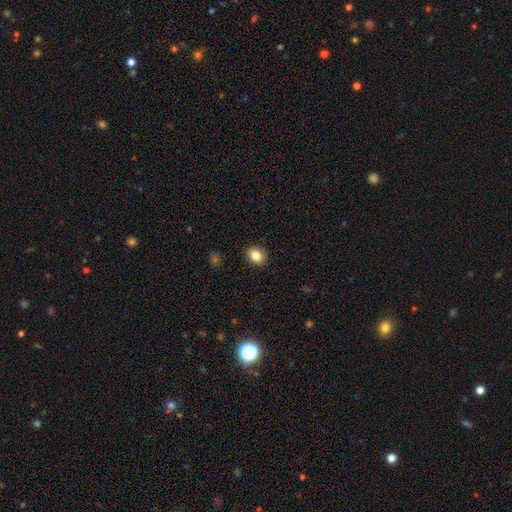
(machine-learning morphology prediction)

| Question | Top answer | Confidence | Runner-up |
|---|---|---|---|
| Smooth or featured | smooth | 84% | star or artifact (10%) |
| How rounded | round | 54% | in between (45%) |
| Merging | none | 90% | minor disturbance (7%) |